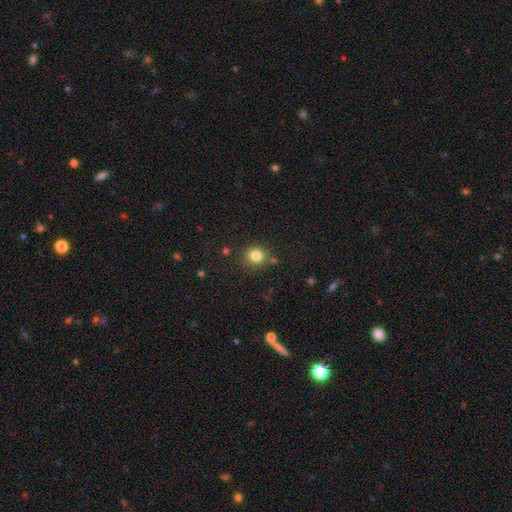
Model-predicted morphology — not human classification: The model was most divided on "smooth or featured": smooth: 81%, star or artifact: 12%, featured or disk: 6%. More confident: how rounded — round (85%); merging — none (80%).